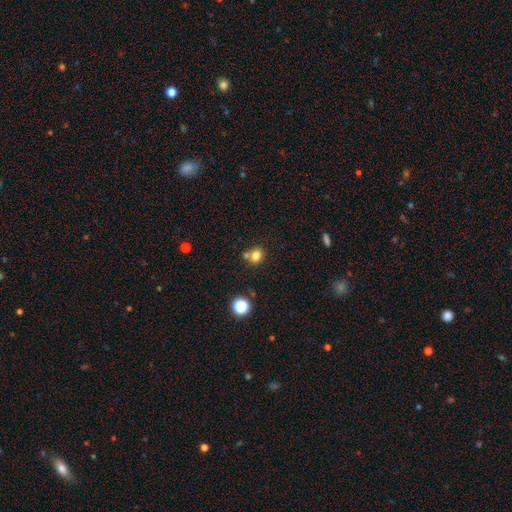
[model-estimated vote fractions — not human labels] This appears to be a smooth galaxy with no disk features (78%) that is round (72%). Merging: none (60%).